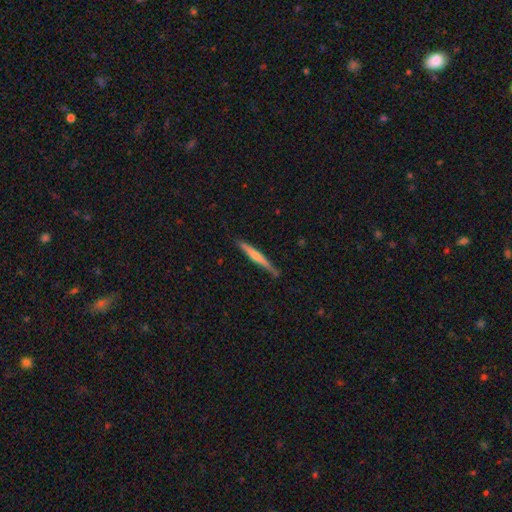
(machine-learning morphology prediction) Q: Smooth or featured?
A: smooth (49%); runner-up: featured or disk (46%)
Q: Merging?
A: none (80%); runner-up: minor disturbance (15%)